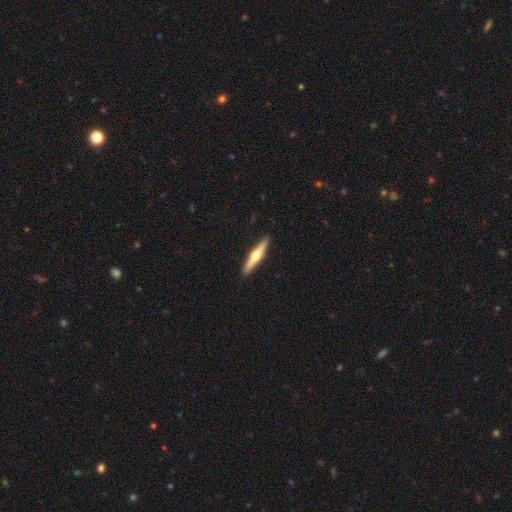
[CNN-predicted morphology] Smooth or featured: featured or disk — 61% (smooth — 34%)
Edge-on disk: yes — 97% (no — 3%)
Edge-on bulge: rounded — 94% (none — 4%)
Merging: none — 92% (minor disturbance — 6%)